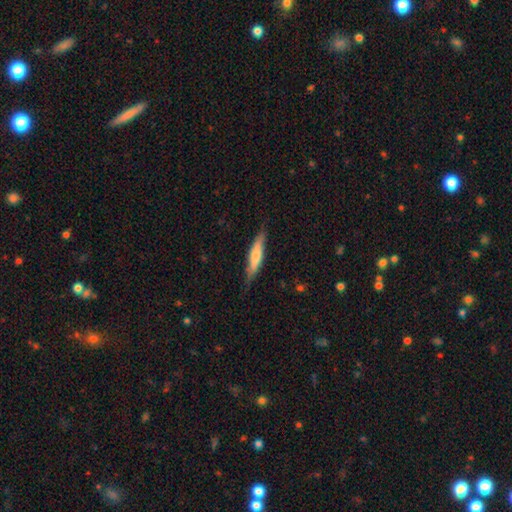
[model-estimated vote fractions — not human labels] Smooth or featured? smooth (60%)
How rounded? cigar-shaped (82%)
Merging? none (77%)